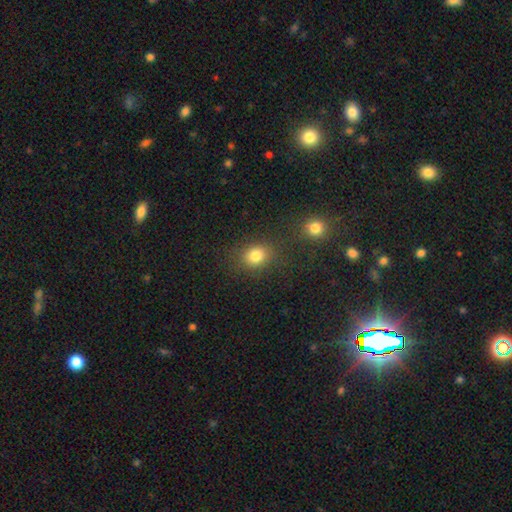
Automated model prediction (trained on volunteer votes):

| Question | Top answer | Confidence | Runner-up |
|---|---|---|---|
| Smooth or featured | smooth | 81% | star or artifact (13%) |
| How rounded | round | 64% | in between (35%) |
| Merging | none | 75% | minor disturbance (11%) |